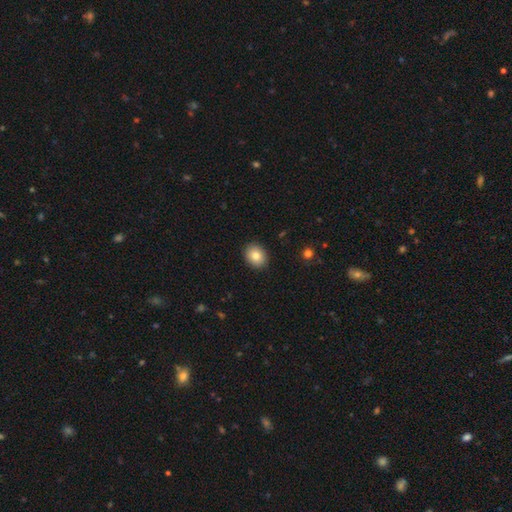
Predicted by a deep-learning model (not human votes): This appears to be a smooth galaxy with no disk features (82%) that is round (52%). Merging: none (91%).